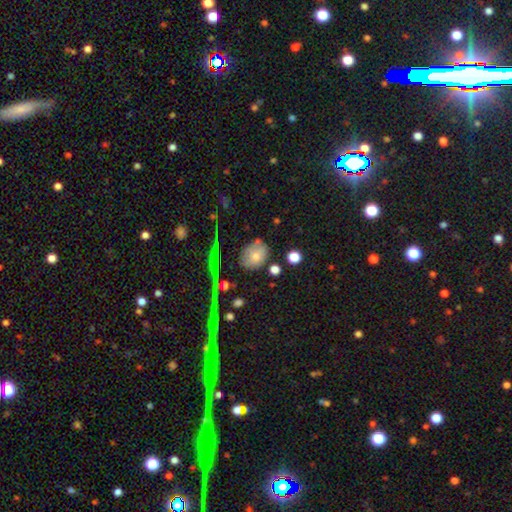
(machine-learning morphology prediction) A smooth galaxy with no disk features (73%) that is in between round and cigar-shaped (55%). Merging: none (68%).